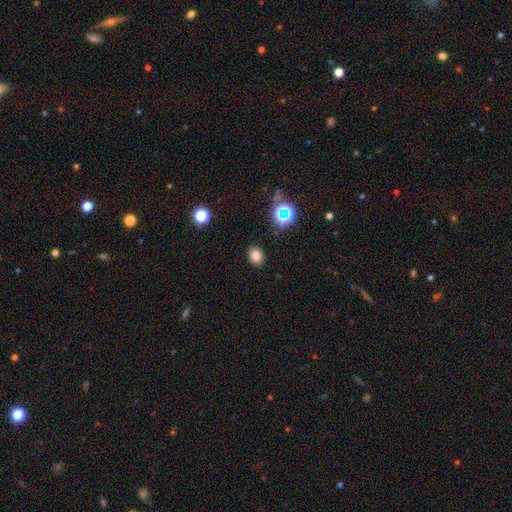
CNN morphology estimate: A smooth galaxy with no disk features (79%) that is in between round and cigar-shaped (54%). Merging: none (87%).